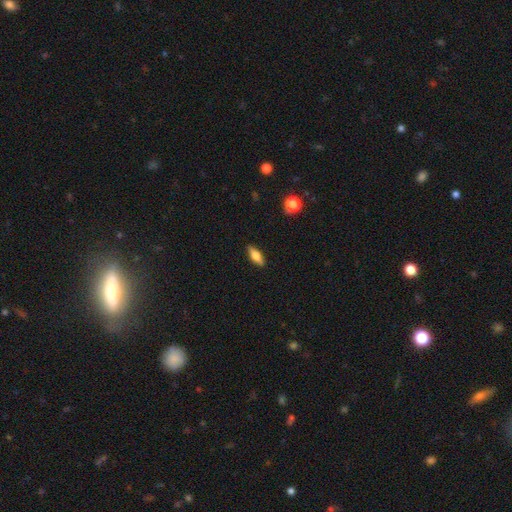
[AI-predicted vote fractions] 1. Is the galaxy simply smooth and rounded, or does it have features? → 65% smooth, 28% featured or disk, 7% star or artifact.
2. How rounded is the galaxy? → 66% in between, 31% cigar-shaped, 3% round.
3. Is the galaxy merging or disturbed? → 89% none, 8% minor disturbance, 2% major disturbance, 1% merger.